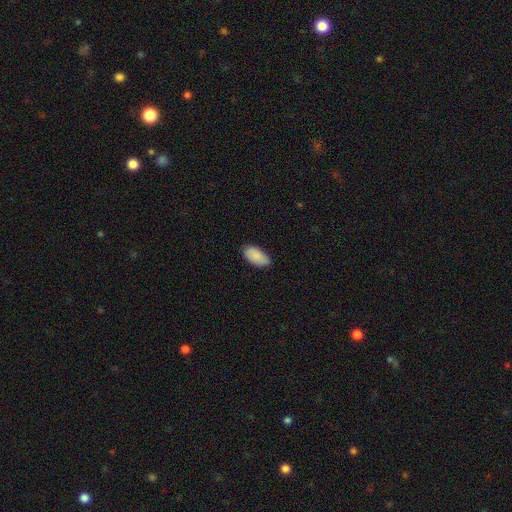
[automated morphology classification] Q: Smooth or featured?
A: smooth (89%); runner-up: star or artifact (6%)
Q: How rounded?
A: in between (94%); runner-up: cigar-shaped (4%)
Q: Merging?
A: none (81%); runner-up: minor disturbance (15%)